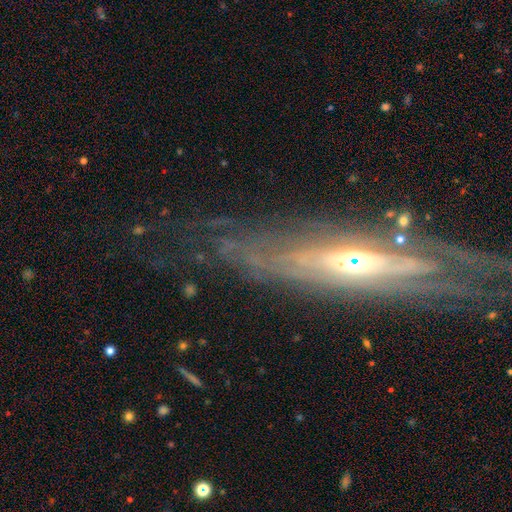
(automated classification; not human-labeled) Smooth or featured: featured or disk — 76% (smooth — 14%)
Edge-on disk: yes — 51% (no — 49%)
Merging: none — 66% (minor disturbance — 18%)